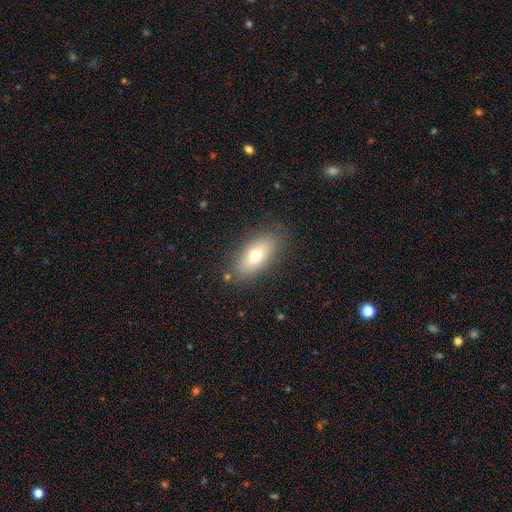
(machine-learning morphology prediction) Smooth or featured? smooth (71%)
How rounded? in between (86%)
Merging? none (83%)